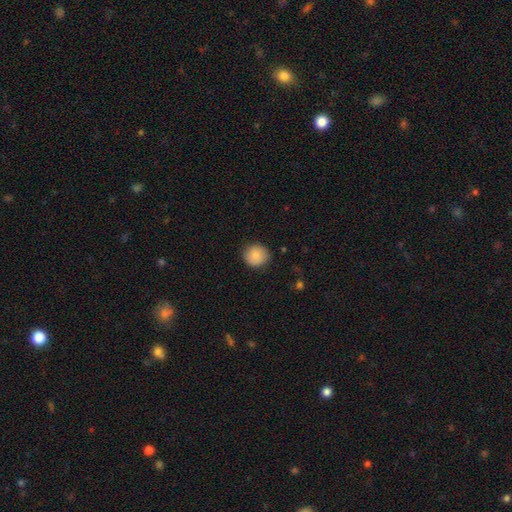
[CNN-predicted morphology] smooth-or-featured: smooth: 87% | star or artifact: 8% | featured or disk: 5%
  how-rounded: round: 91% | in between: 8% | cigar-shaped: 1%
  merging: none: 87% | minor disturbance: 9% | major disturbance: 2% | merger: 1%